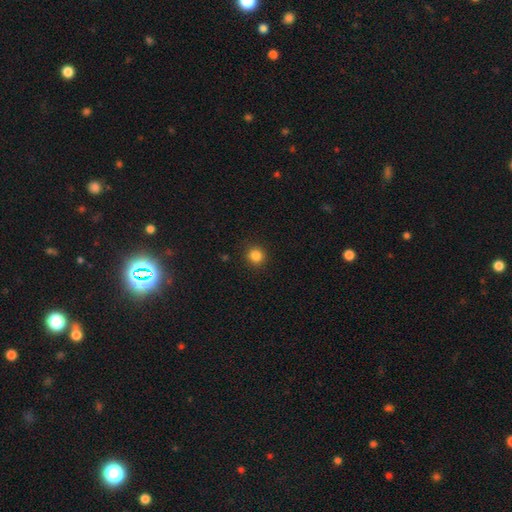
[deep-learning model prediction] Smooth or featured: smooth — 84% (star or artifact — 12%)
How rounded: round — 91% (in between — 8%)
Merging: none — 91% (minor disturbance — 6%)